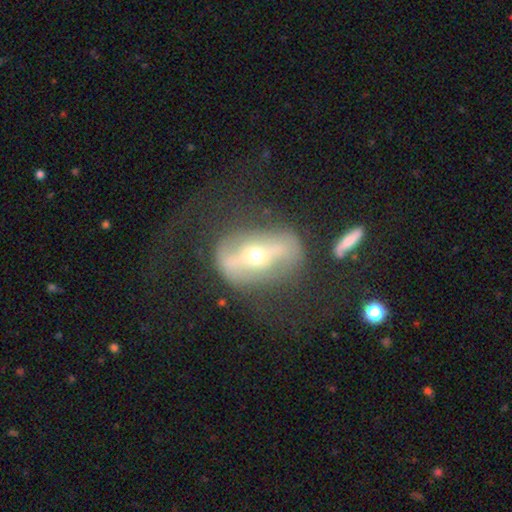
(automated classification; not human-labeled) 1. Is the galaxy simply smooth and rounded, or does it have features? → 76% featured or disk, 17% smooth, 7% star or artifact.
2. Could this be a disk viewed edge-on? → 85% no, 15% yes.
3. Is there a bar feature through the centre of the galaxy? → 63% strong, 20% weak, 17% no.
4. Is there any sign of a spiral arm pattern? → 57% yes, 43% no.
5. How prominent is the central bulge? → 48% moderate, 46% small, 3% large, 1% dominant, 1% none.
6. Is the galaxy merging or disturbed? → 48% none, 30% major disturbance, 17% minor disturbance, 5% merger.